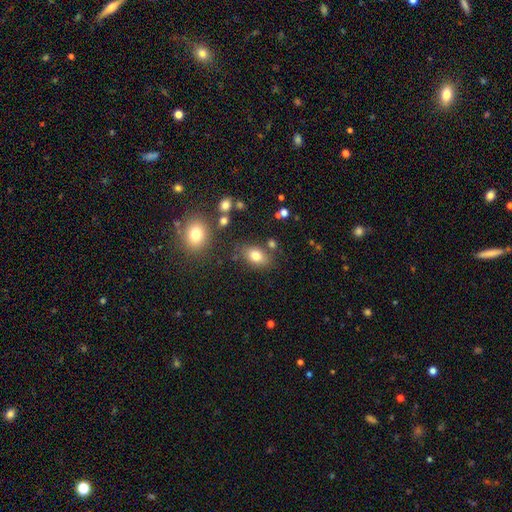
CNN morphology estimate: smooth_or_featured: smooth (p=0.78) [alt: featured or disk p=0.11]
how_rounded: in between (p=0.83) [alt: round p=0.15]
merging: none (p=0.76) [alt: minor disturbance p=0.13]